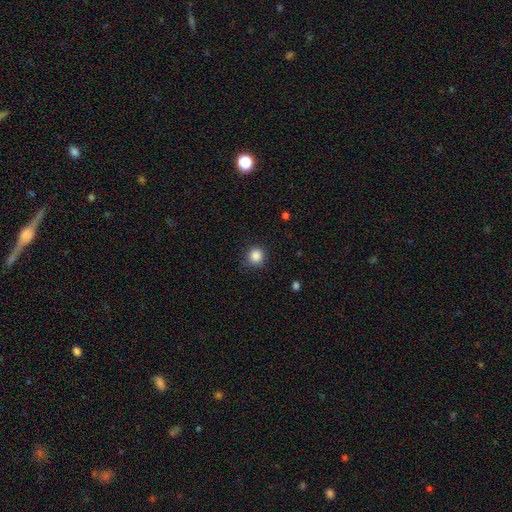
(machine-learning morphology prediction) type=smooth (86%); roundness=round (93%); merging=none (86%).